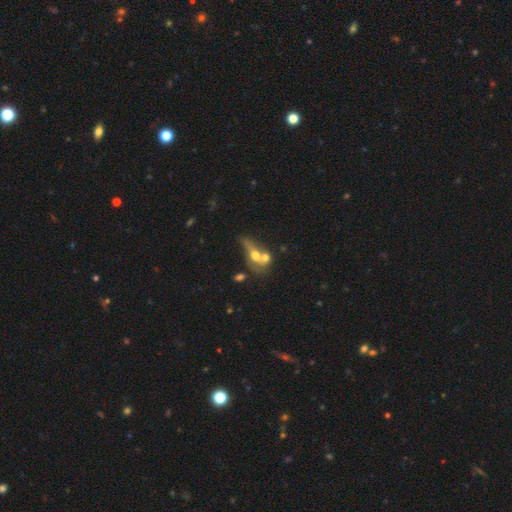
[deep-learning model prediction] Smooth or featured?
  - smooth: 49% *
  - featured or disk: 40%
  - star or artifact: 11%
Merging?
  - merger: 56% *
  - none: 22%
  - major disturbance: 12%
  - minor disturbance: 11%